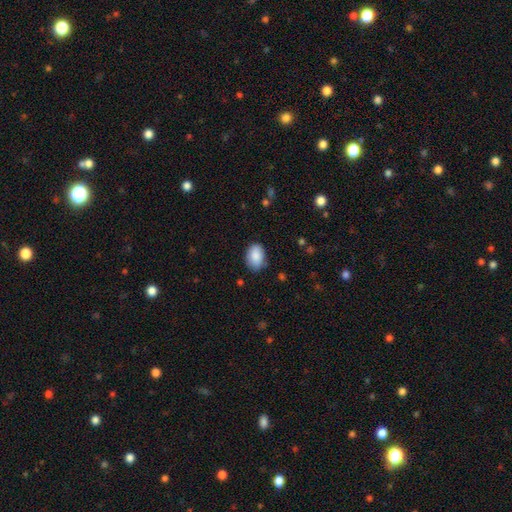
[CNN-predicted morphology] A smooth galaxy with no disk features (88%) that is in between round and cigar-shaped (84%). Merging: none (77%).